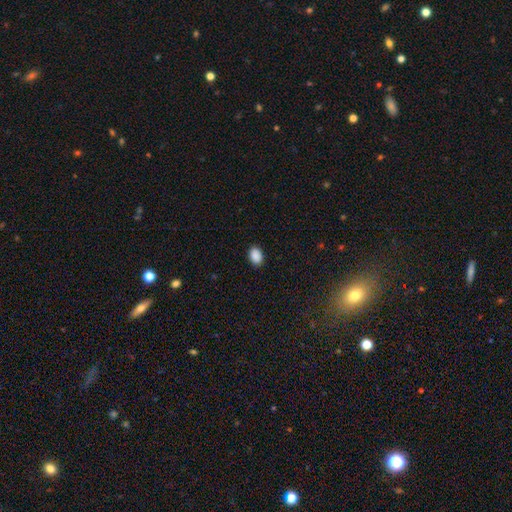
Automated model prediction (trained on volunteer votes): Overall: smooth (90%). How rounded: in between (81%). Merging: none (89%).